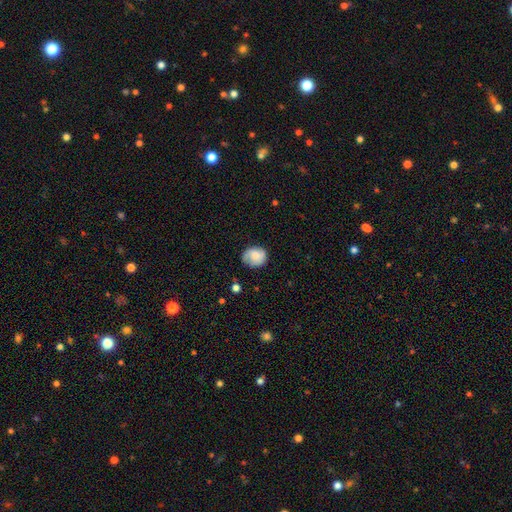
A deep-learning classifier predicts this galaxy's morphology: type=smooth (70%); roundness=round (68%); merging=none (70%).